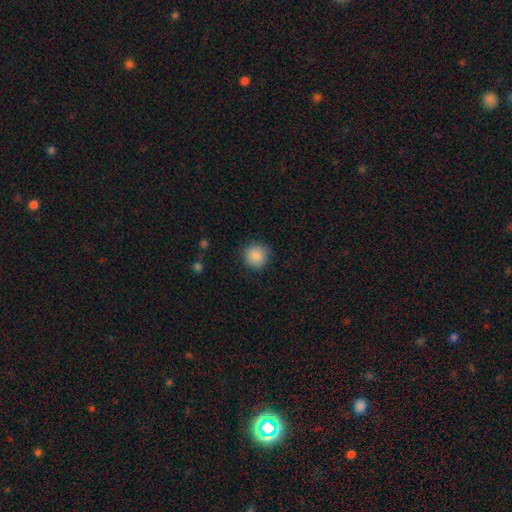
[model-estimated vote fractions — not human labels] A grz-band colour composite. It shows a smooth galaxy with no disk features (88%) that is round (93%). Merging: none (88%).